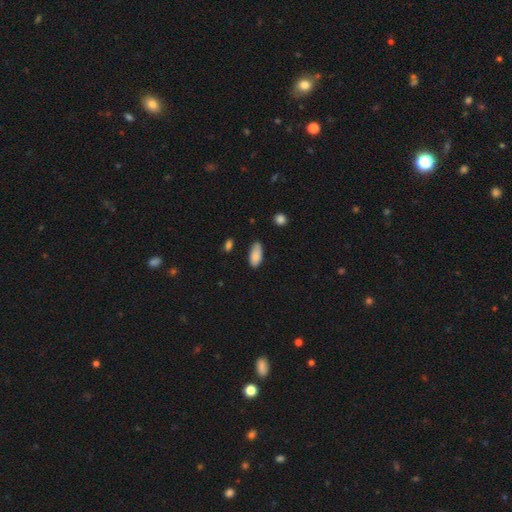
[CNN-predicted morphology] Smooth or featured? smooth (87%)
How rounded? in between (88%)
Merging? none (70%)